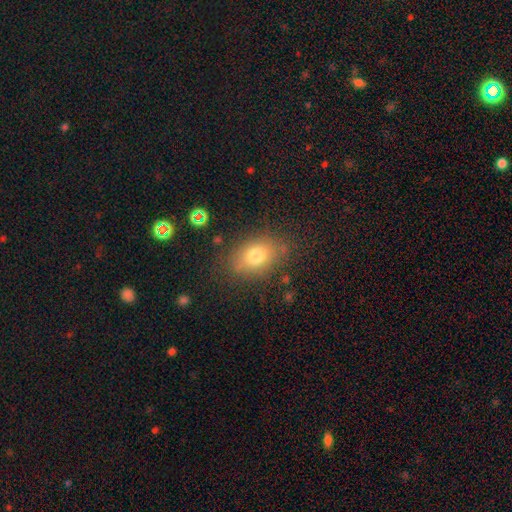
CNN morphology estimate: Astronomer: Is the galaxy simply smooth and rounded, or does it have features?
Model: smooth — 75%.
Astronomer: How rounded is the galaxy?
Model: in between — 74%.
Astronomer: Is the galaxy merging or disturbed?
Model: none — 74%.